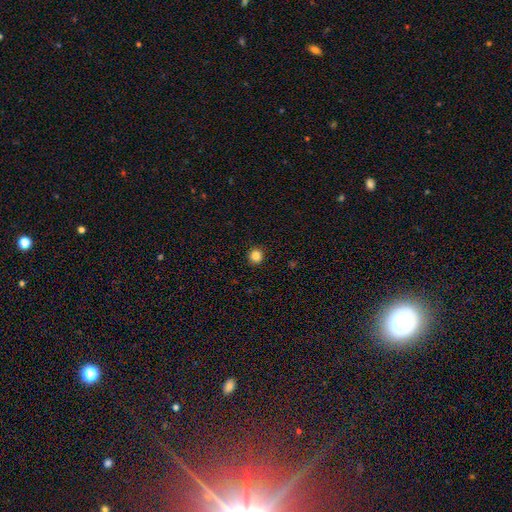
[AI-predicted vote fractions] A smooth galaxy with no disk features (85%) that is round (93%).

Vote fractions:
- Smooth or featured? smooth: 85% / star or artifact: 11% / featured or disk: 4%
- How rounded? round: 93% / in between: 6% / cigar-shaped: 1%
- Merging? none: 93% / minor disturbance: 5% / major disturbance: 2% / merger: 1%